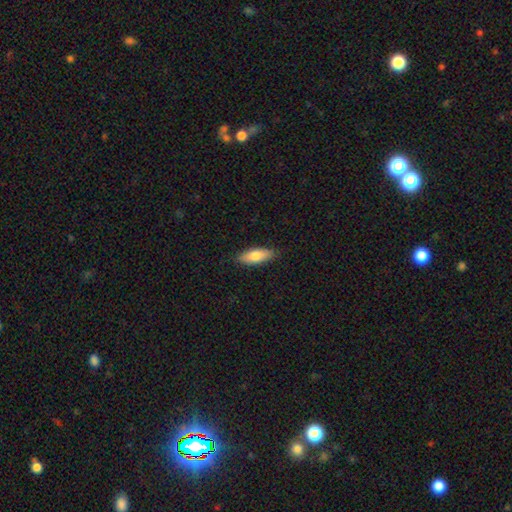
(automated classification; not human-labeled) A smooth galaxy with no disk features (77%) that is in between round and cigar-shaped (71%). Merging: none (86%).